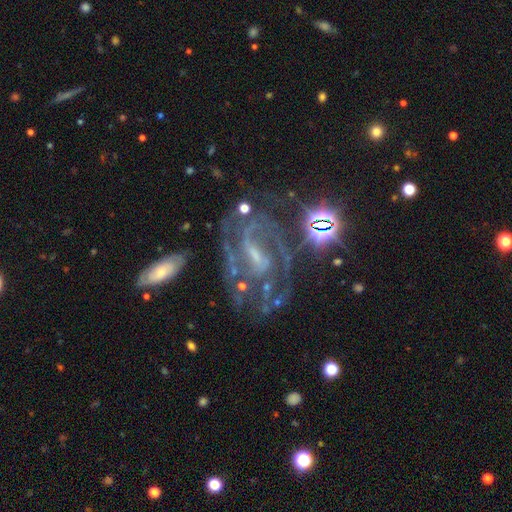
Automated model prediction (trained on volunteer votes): smooth-or-featured: featured or disk: 87% | star or artifact: 9% | smooth: 4%
  disk-edge-on: no: 98% | yes: 2%
    bar: strong: 44% | weak: 40% | no: 16%
    has-spiral-arms: yes: 97% | no: 3%
      spiral-winding: medium: 51% | tight: 35% | loose: 14%
      spiral-arm-count: 2: 46% | 3: 16% | can't tell: 15% | 4: 9% | 1: 7% | more than 4: 7%
    bulge-size: small: 49% | moderate: 24% | none: 22% | large: 3% | dominant: 1%
  merging: none: 57% | minor disturbance: 20% | major disturbance: 19% | merger: 5%